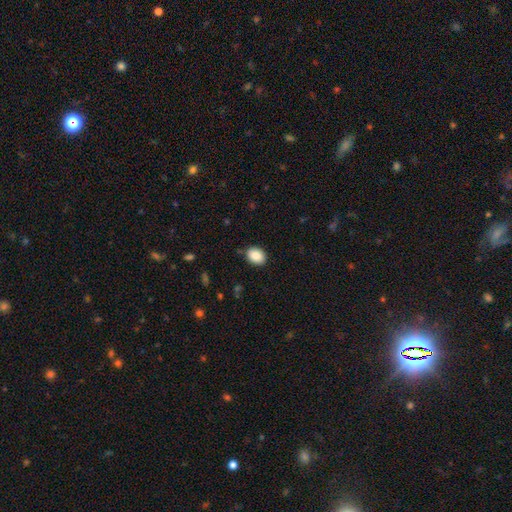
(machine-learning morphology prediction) Overall: smooth (88%). How rounded: in between (71%). Merging: none (86%).